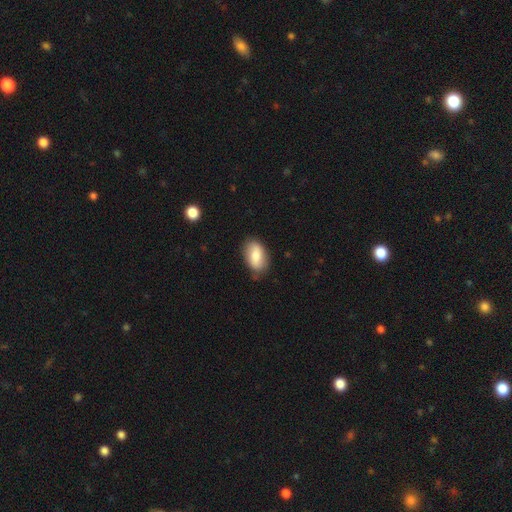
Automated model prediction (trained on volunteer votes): Morphology: type=smooth (75%); roundness=in between (91%); merging=none (76%).